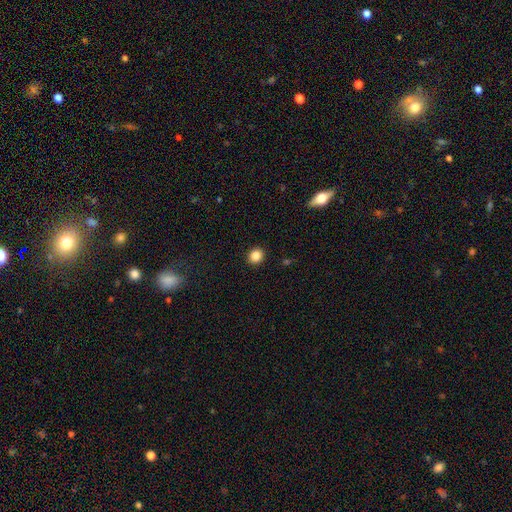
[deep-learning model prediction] smooth 86%, star or artifact 10%, featured or disk 4%. Down the decision tree: how rounded — round (79%); merging — none (92%).